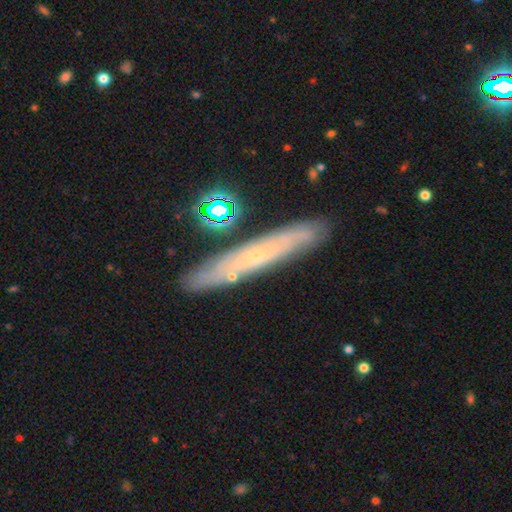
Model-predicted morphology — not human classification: Q: Smooth or featured?
A: featured or disk (65%); runner-up: smooth (26%)
Q: Edge-on disk?
A: yes (62%); runner-up: no (38%)
Q: Merging?
A: none (84%); runner-up: minor disturbance (11%)